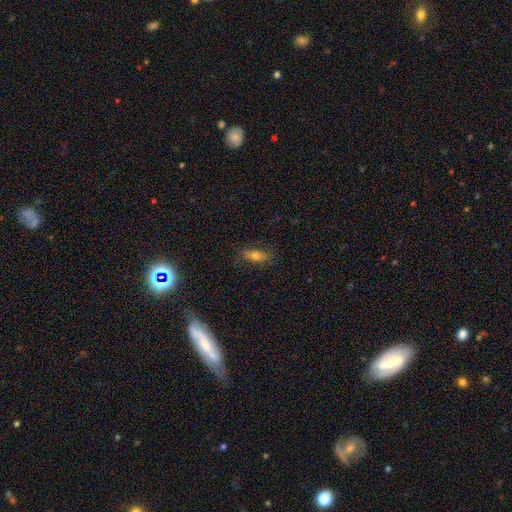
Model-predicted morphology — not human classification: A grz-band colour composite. It shows a smooth galaxy with no disk features (45%). Merging: none (81%).